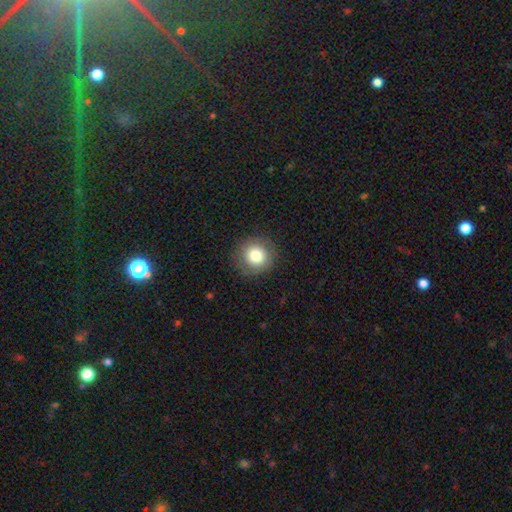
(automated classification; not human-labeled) Smooth or featured: smooth — 79% (star or artifact — 10%)
How rounded: round — 94% (in between — 5%)
Merging: none — 88% (minor disturbance — 8%)